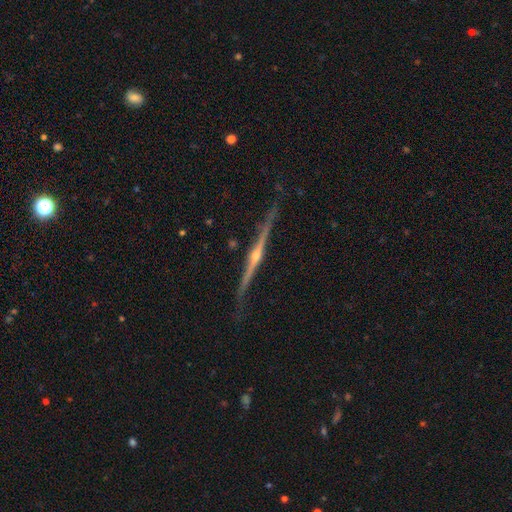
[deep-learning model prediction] Q: Smooth or featured?
A: featured or disk (88%); runner-up: smooth (7%)
Q: Edge-on disk?
A: yes (98%); runner-up: no (2%)
Q: Edge-on bulge?
A: rounded (92%); runner-up: none (5%)
Q: Merging?
A: none (84%); runner-up: minor disturbance (13%)